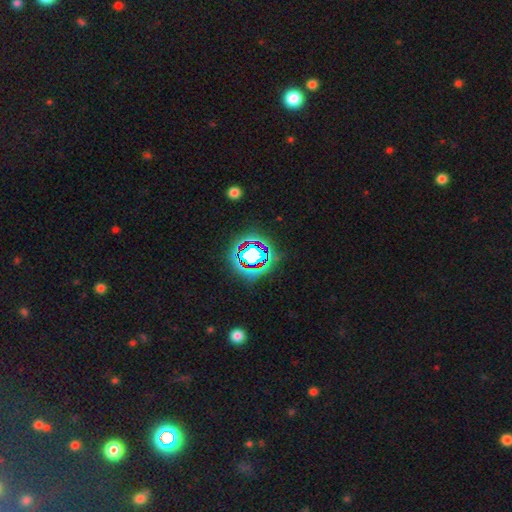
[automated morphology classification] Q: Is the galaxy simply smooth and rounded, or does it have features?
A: star or artifact — 64%.